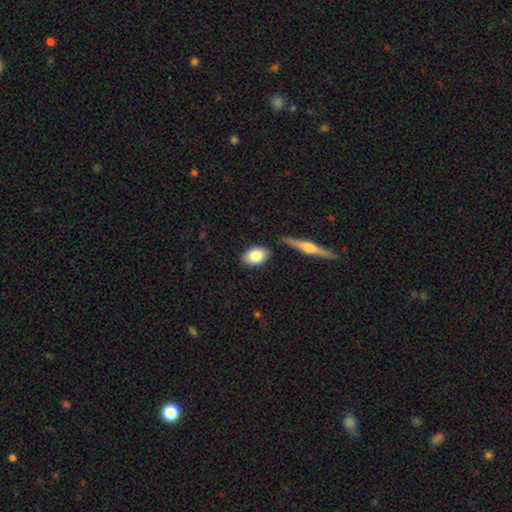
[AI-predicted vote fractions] The model was most divided on "merging": none: 82%, minor disturbance: 11%, merger: 5%, major disturbance: 2%. More confident: how rounded — in between (89%); smooth or featured — smooth (83%).